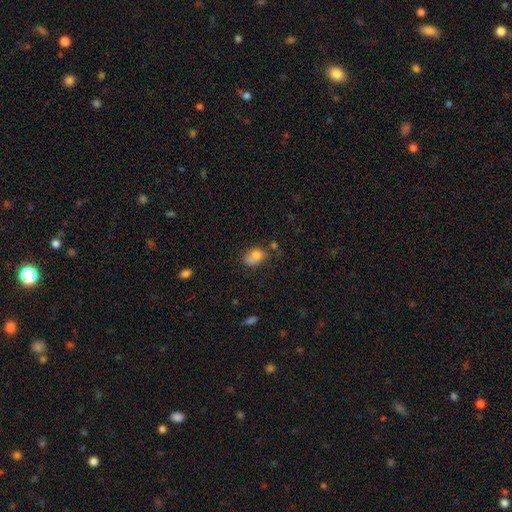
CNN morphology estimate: Smooth or featured? smooth (76%)
How rounded? in between (63%)
Merging? none (39%)